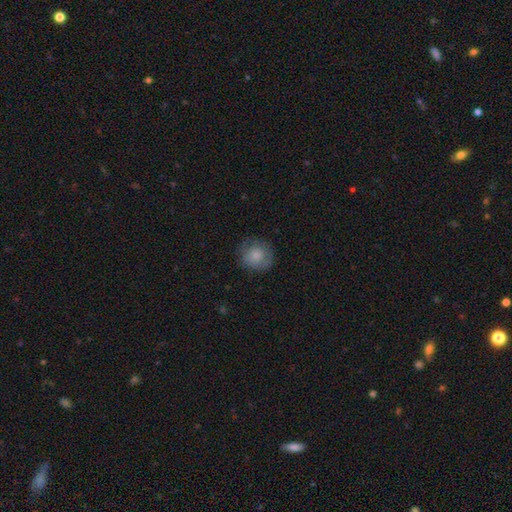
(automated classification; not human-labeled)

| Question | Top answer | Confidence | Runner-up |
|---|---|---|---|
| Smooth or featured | smooth | 77% | featured or disk (15%) |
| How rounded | round | 89% | in between (10%) |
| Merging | none | 74% | minor disturbance (18%) |